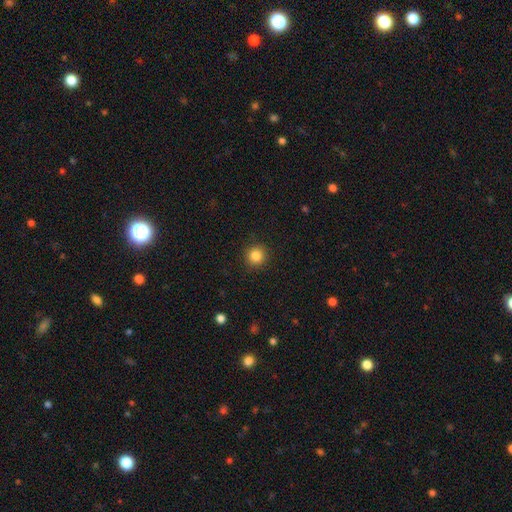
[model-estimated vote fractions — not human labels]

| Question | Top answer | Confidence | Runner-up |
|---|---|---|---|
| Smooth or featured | smooth | 85% | star or artifact (11%) |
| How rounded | round | 94% | in between (5%) |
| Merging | none | 91% | minor disturbance (6%) |